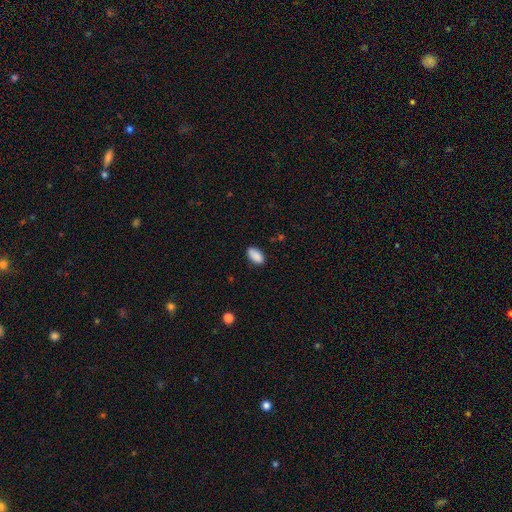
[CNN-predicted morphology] smooth_or_featured: smooth (p=0.89) [alt: star or artifact p=0.07]
how_rounded: in between (p=0.94) [alt: round p=0.04]
merging: none (p=0.84) [alt: minor disturbance p=0.13]